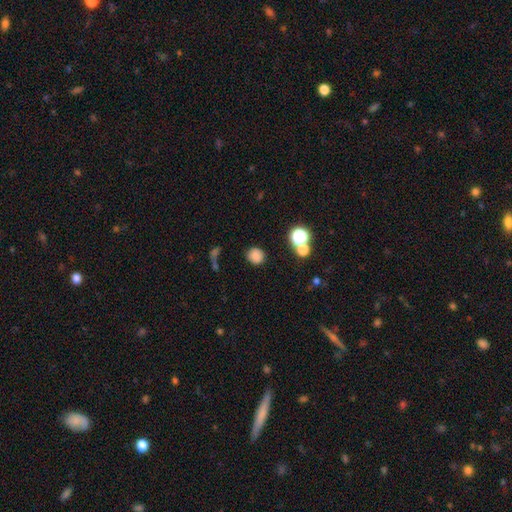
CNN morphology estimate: A smooth galaxy with no disk features (79%) that is round (87%). Merging: none (81%).